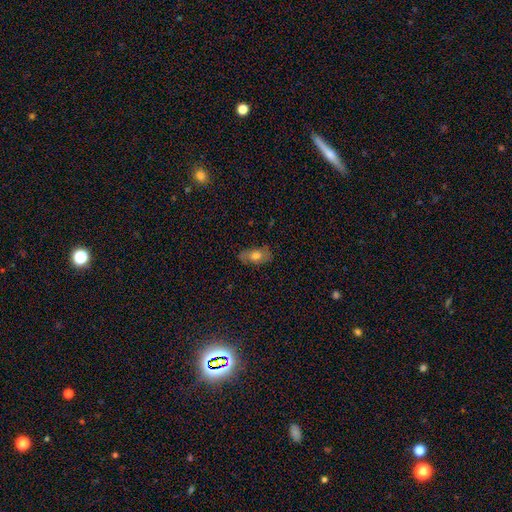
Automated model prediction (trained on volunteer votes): Morphology: type=smooth (67%); roundness=in between (89%); merging=none (76%).